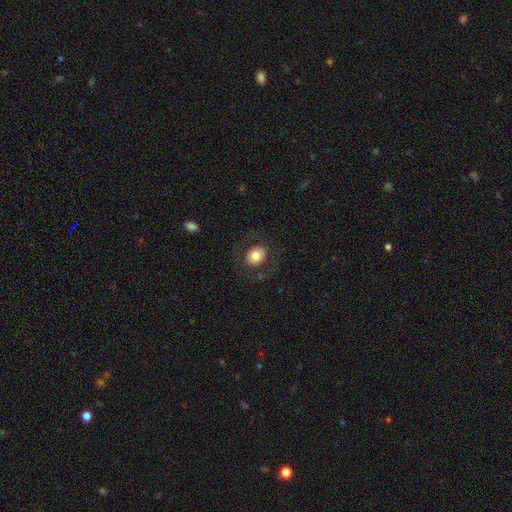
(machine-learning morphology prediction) smooth_or_featured: smooth (p=0.69) [alt: featured or disk p=0.23]
how_rounded: round (p=0.56) [alt: in between p=0.43]
merging: none (p=0.80) [alt: minor disturbance p=0.10]